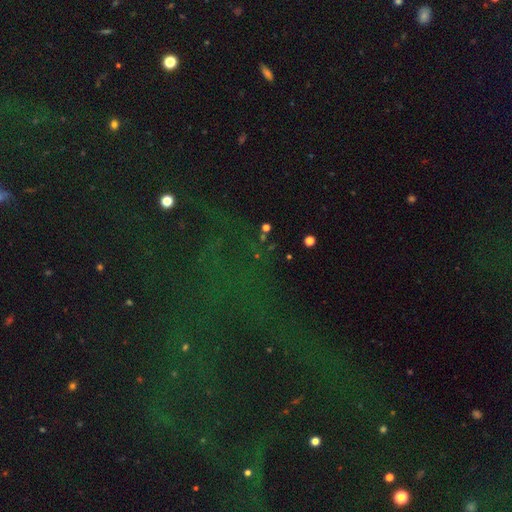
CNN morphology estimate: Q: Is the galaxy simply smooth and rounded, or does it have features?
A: star or artifact — 75%.